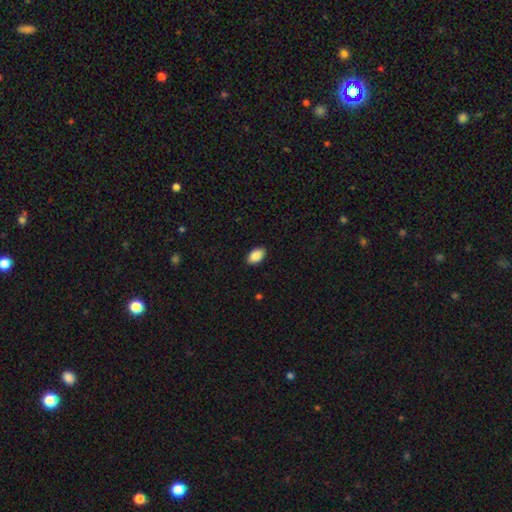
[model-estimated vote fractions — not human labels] A smooth galaxy with no disk features (89%) that is in between round and cigar-shaped (92%).

Vote fractions:
- Smooth or featured? smooth: 89% / star or artifact: 7% / featured or disk: 4%
- How rounded? in between: 92% / round: 6% / cigar-shaped: 1%
- Merging? none: 89% / minor disturbance: 8% / major disturbance: 2% / merger: 1%